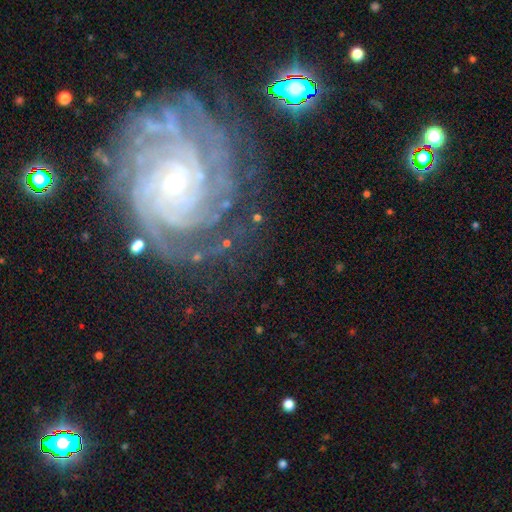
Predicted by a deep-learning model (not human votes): Smooth or featured? featured or disk (88%)
Edge-on disk? no (97%)
Bar? no (75%)
Spiral arms? yes (98%)
Spiral winding? tight (81%)
Spiral arm count? 4 (22%)
Bulge size? small (83%)
Merging? none (73%)